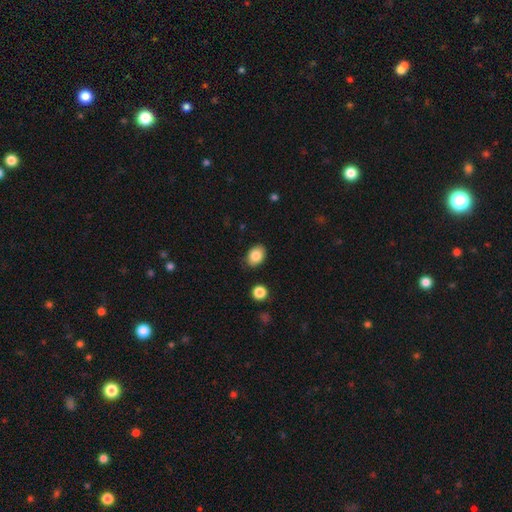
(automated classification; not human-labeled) The model was most divided on "how rounded": in between: 78%, round: 21%, cigar-shaped: 1%. More confident: smooth or featured — smooth (85%); merging — none (84%).